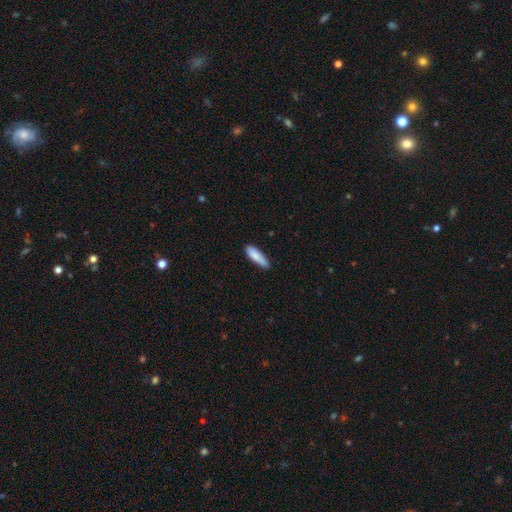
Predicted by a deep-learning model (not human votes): smooth_or_featured: smooth (p=0.85) [alt: featured or disk p=0.09]
how_rounded: cigar-shaped (p=0.60) [alt: in between p=0.39]
merging: none (p=0.74) [alt: minor disturbance p=0.21]